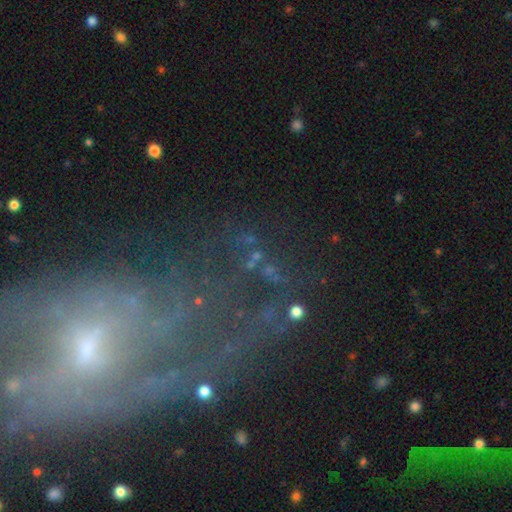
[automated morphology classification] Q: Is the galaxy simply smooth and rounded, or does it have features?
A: star or artifact — 43%.